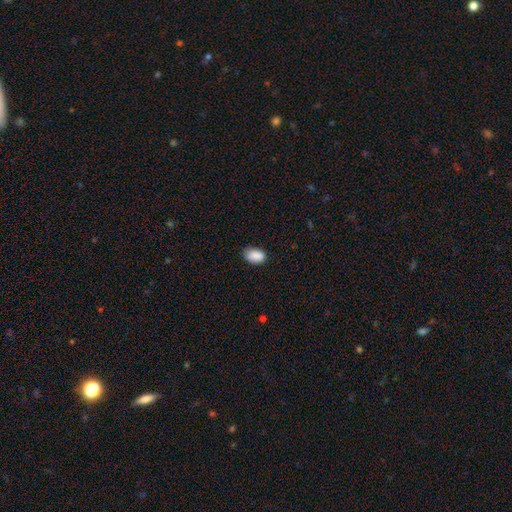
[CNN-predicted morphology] This appears to be a smooth galaxy with no disk features (90%) that is in between round and cigar-shaped (89%). Merging: none (79%).